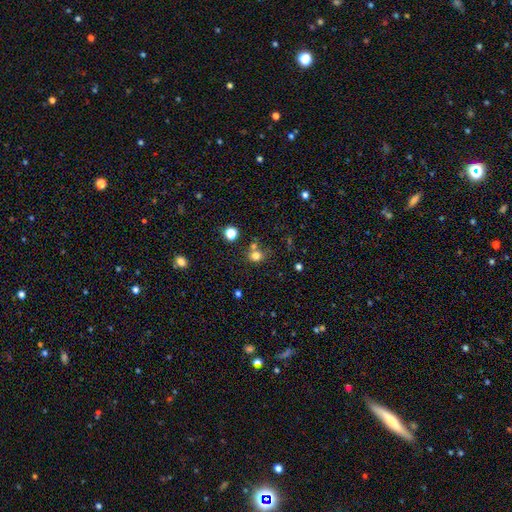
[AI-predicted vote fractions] Smooth or featured: smooth — 76% (star or artifact — 16%)
How rounded: round — 72% (in between — 27%)
Merging: none — 59% (merger — 24%)